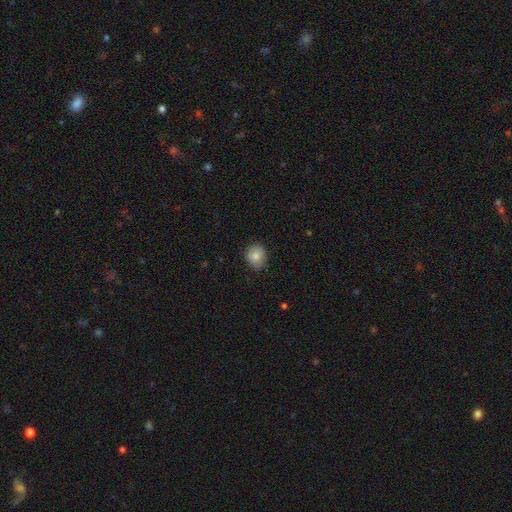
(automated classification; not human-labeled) This is clearly a smooth galaxy (83%). How rounded: likely round (67%). Merging: clearly none (81%).